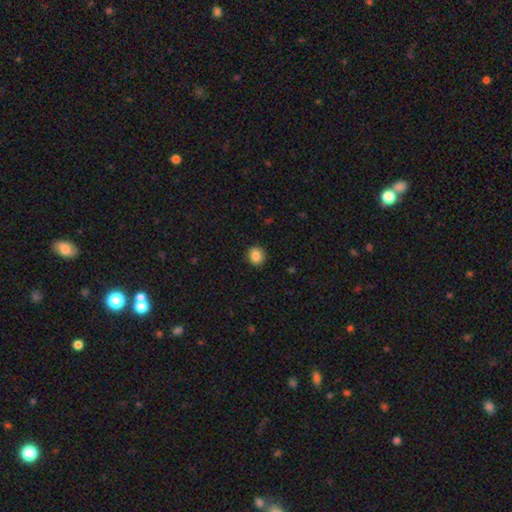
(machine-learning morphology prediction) A smooth galaxy with no disk features (87%) that is round (73%).

Vote fractions:
- Smooth or featured? smooth: 87% / star or artifact: 9% / featured or disk: 4%
- How rounded? round: 73% / in between: 26% / cigar-shaped: 1%
- Merging? none: 90% / minor disturbance: 8% / major disturbance: 2% / merger: 1%